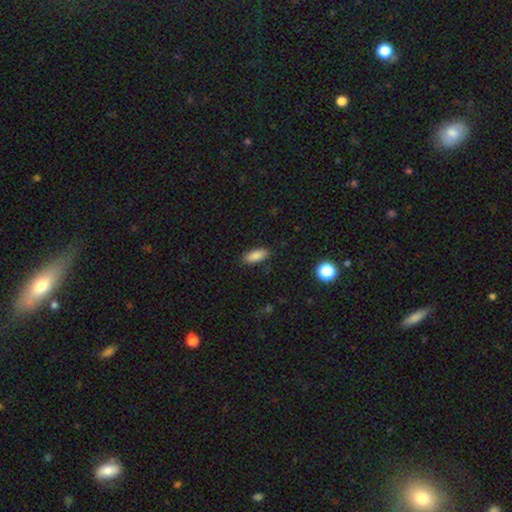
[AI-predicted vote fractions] Overall: smooth (87%). How rounded: in between (78%). Merging: none (87%).